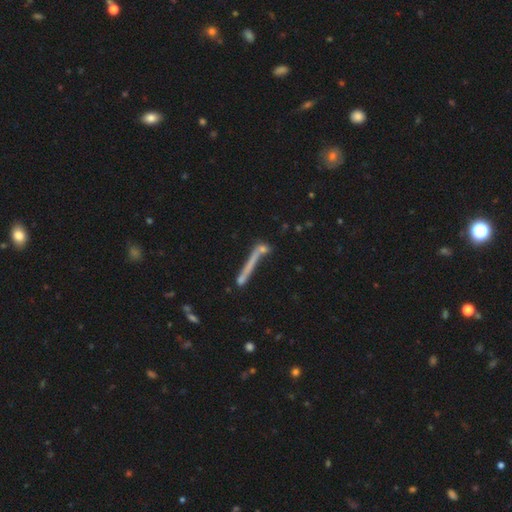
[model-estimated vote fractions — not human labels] This appears to be a smooth galaxy with no disk features (48%). Merging: none (60%).